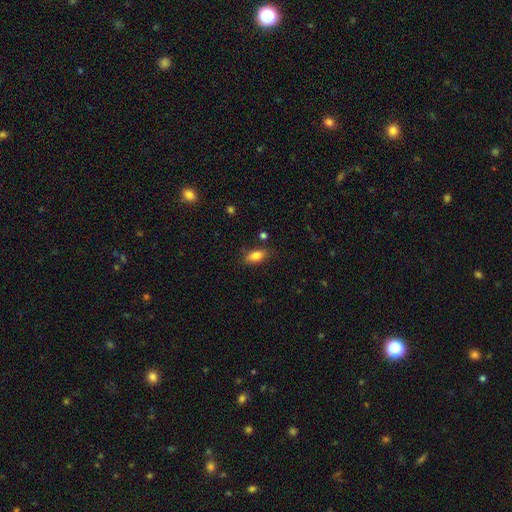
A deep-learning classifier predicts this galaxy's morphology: This appears to be a smooth galaxy with no disk features (82%) that is in between round and cigar-shaped (86%). Merging: none (80%).